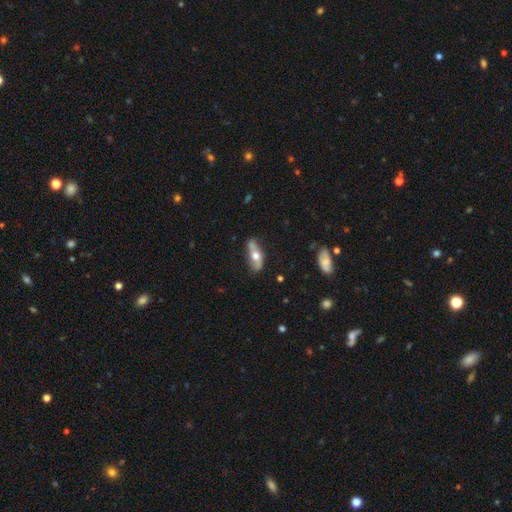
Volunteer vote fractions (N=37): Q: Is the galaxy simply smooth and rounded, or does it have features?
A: featured or disk — 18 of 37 (49%).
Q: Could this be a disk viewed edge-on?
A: yes — 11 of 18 (61%).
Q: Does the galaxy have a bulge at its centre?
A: rounded — 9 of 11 (82%).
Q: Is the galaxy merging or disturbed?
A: none — 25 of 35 (71%).